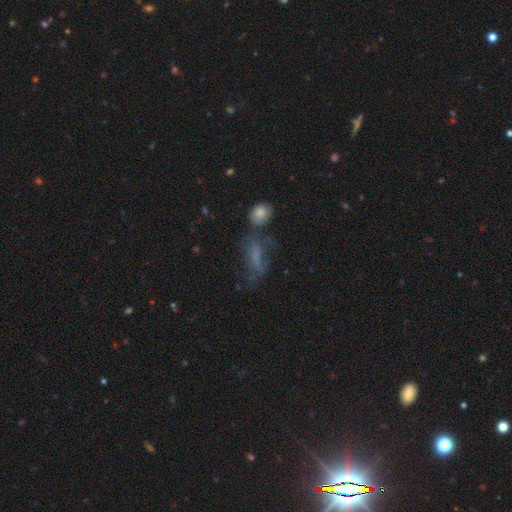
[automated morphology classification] Overall: smooth (48%; featured or disk 33%). Merging: none (41%; major disturbance 21%).